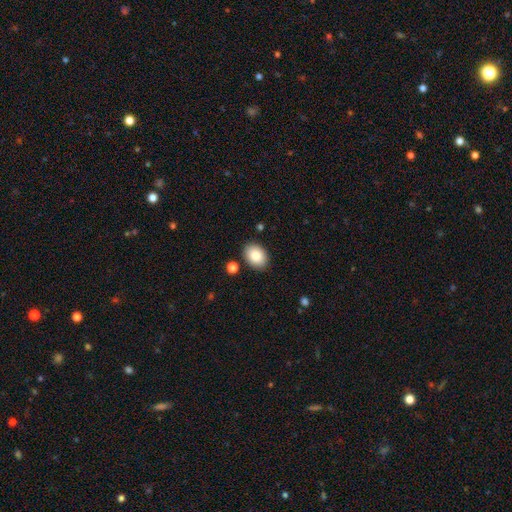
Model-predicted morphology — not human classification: This is clearly a smooth galaxy (85%). How rounded: likely in between (75%). Merging: clearly none (86%).